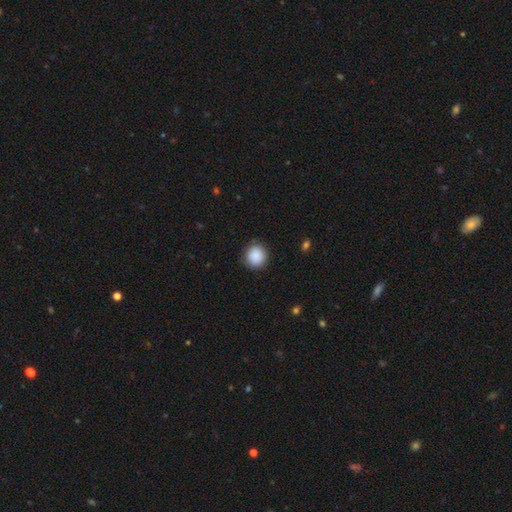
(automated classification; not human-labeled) A smooth galaxy with no disk features (89%) that is round (91%).

Vote fractions:
- Smooth or featured? smooth: 89% / star or artifact: 8% / featured or disk: 3%
- How rounded? round: 91% / in between: 8% / cigar-shaped: 1%
- Merging? none: 86% / minor disturbance: 10% / major disturbance: 3% / merger: 1%